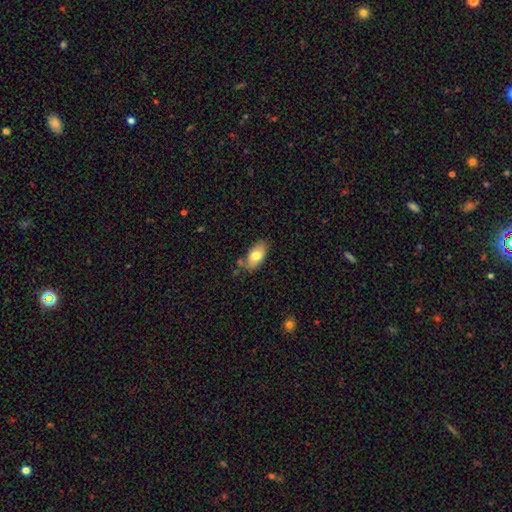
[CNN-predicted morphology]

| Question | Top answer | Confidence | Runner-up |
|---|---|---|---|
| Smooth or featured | smooth | 75% | featured or disk (18%) |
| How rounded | in between | 93% | cigar-shaped (4%) |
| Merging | none | 66% | minor disturbance (22%) |